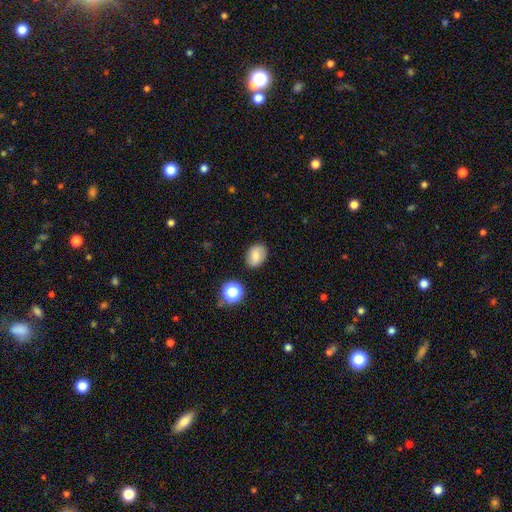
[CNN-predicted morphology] smooth-or-featured: smooth: 74% | featured or disk: 16% | star or artifact: 10%
  how-rounded: in between: 72% | round: 27% | cigar-shaped: 1%
  merging: none: 84% | minor disturbance: 11% | major disturbance: 3% | merger: 2%